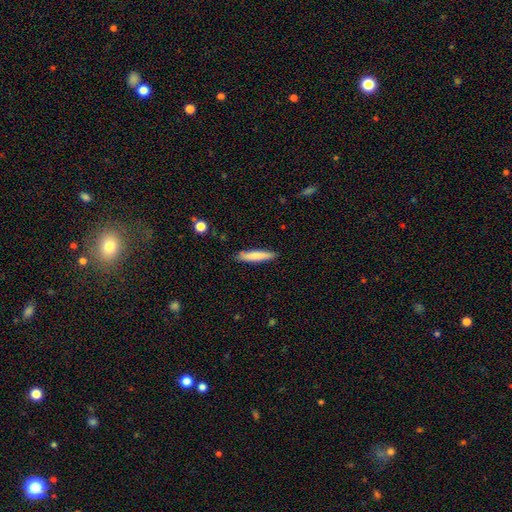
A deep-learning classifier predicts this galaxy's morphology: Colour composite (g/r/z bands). It shows a smooth galaxy with no disk features (78%) that is cigar-shaped (89%). Merging: none (88%).